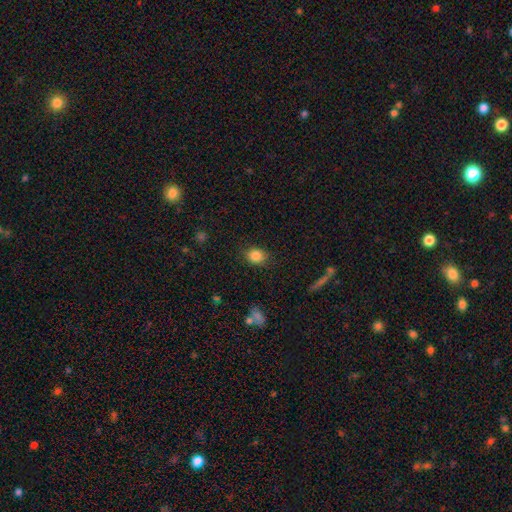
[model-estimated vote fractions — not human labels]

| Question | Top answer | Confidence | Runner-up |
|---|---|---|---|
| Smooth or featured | smooth | 84% | star or artifact (10%) |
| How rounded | round | 59% | in between (39%) |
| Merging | none | 83% | minor disturbance (13%) |